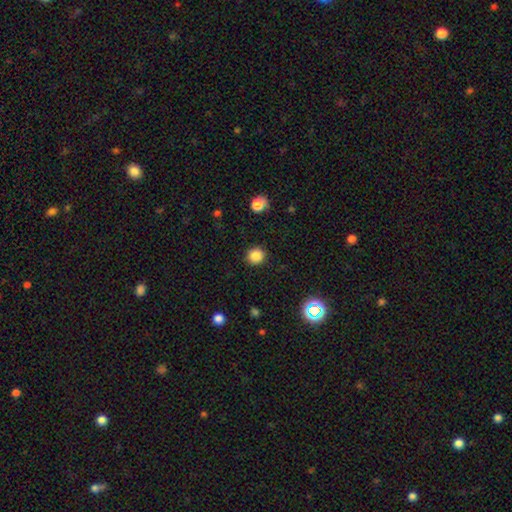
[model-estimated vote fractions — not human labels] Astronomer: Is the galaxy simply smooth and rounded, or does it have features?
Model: smooth — 85%.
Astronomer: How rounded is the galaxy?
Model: round — 90%.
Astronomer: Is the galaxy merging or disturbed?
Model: none — 90%.